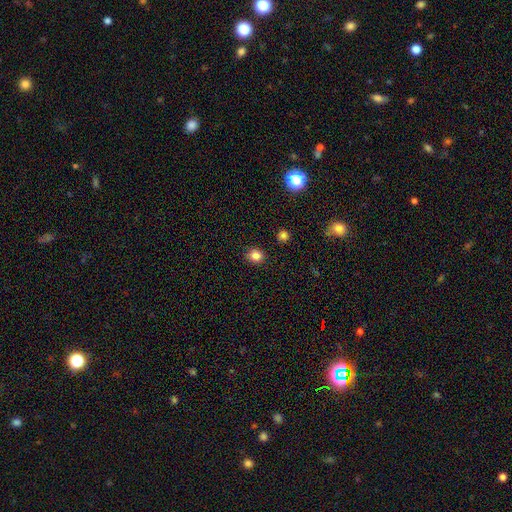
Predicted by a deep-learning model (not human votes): Smooth or featured?
  - smooth: 84% *
  - star or artifact: 12%
  - featured or disk: 4%
How rounded?
  - round: 77% *
  - in between: 22%
  - cigar-shaped: 1%
Merging?
  - none: 89% *
  - minor disturbance: 7%
  - major disturbance: 2%
  - merger: 2%